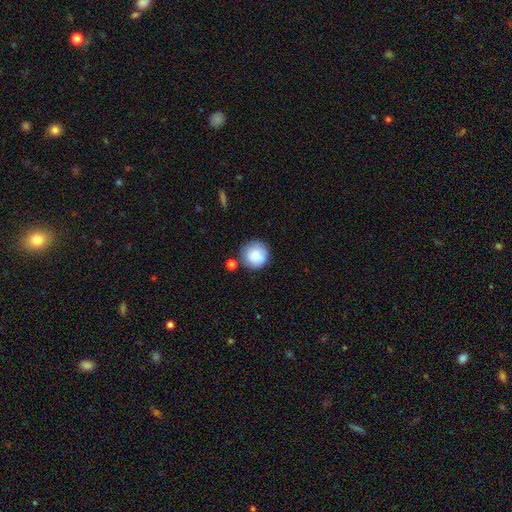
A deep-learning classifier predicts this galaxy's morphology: Smooth or featured? Predicted: smooth (p=0.83). How rounded? Predicted: round (p=0.95). Merging? Predicted: none (p=0.79).